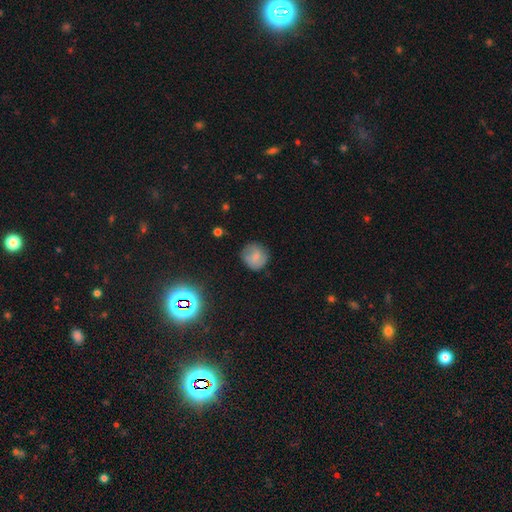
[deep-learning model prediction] Overall: smooth (69%). How rounded: round (88%). Merging: none (75%).